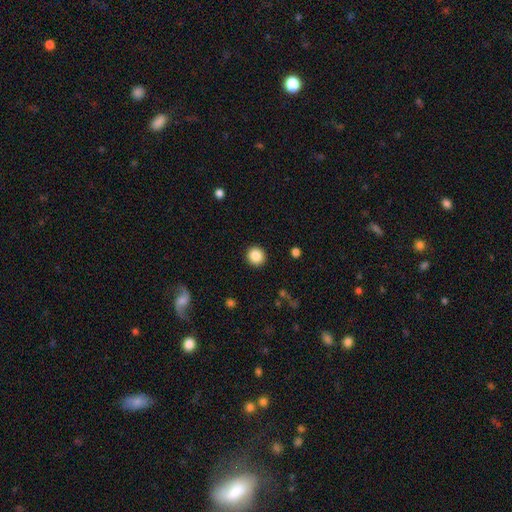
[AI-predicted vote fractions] A smooth galaxy with no disk features (87%) that is round (92%). Merging: none (92%).